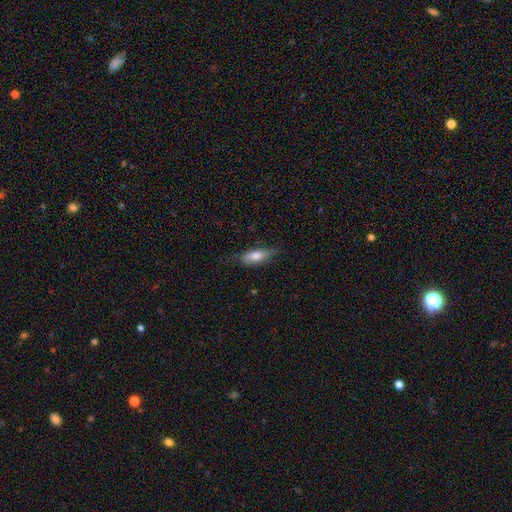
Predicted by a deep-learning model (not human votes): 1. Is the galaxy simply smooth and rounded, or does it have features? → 73% smooth, 21% featured or disk, 6% star or artifact.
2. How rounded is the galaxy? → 62% in between, 35% cigar-shaped, 2% round.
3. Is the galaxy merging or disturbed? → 75% none, 20% minor disturbance, 4% major disturbance, 1% merger.